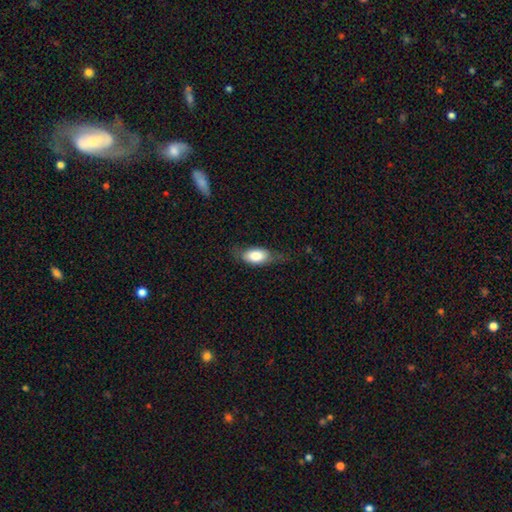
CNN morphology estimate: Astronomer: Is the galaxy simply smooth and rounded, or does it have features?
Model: smooth — 73%.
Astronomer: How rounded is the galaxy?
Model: in between — 86%.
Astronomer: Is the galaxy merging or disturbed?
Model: none — 59%.